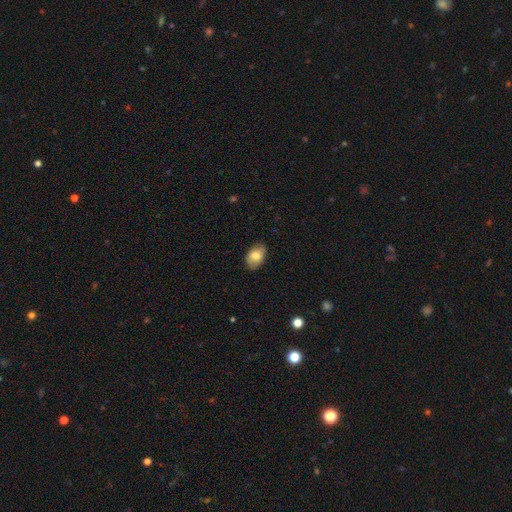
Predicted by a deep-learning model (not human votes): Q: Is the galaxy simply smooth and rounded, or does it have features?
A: smooth — 79%.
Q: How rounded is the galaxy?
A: in between — 90%.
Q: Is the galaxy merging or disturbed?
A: none — 84%.